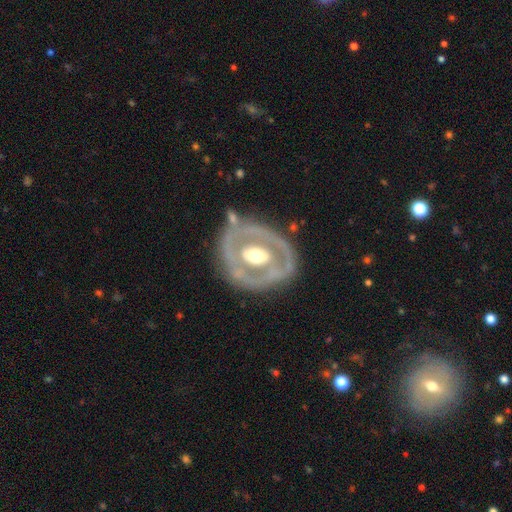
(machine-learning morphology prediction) Overall: featured or disk (77%). Edge-on disk: no (95%). Bar: no (41%; weak 33%). Spiral arms: no (60%; yes 40%). Bulge size: moderate (72%). Merging: none (64%).